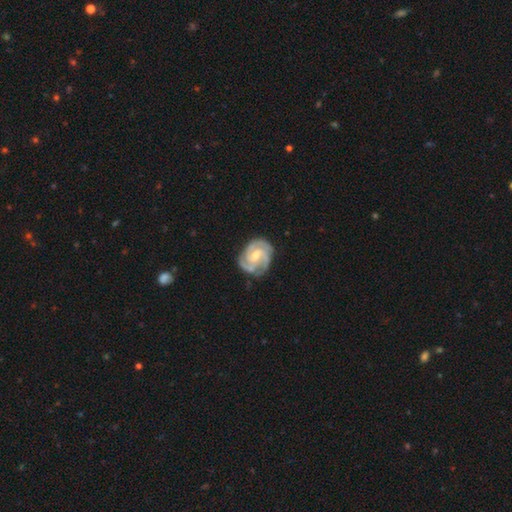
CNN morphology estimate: Smooth or featured? featured or disk (90%)
Edge-on disk? no (98%)
Bar? weak (48%)
Spiral arms? yes (98%)
Spiral winding? tight (62%)
Spiral arm count? 3 (57%)
Bulge size? moderate (57%)
Merging? none (76%)